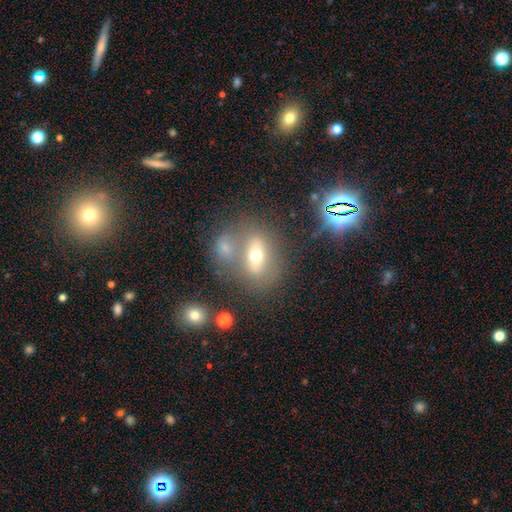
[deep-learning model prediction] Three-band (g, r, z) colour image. It shows a smooth galaxy with no disk features (48%). Merging: none (49%).